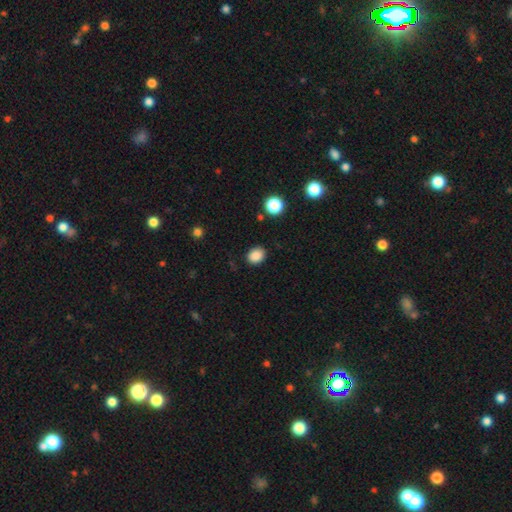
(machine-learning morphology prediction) Smooth or featured?
  - smooth: 87% *
  - star or artifact: 10%
  - featured or disk: 3%
How rounded?
  - round: 50% * (tied)
  - in between: 50% * (tied)
  - cigar-shaped: 1%
Merging?
  - none: 87% *
  - minor disturbance: 9%
  - major disturbance: 2%
  - merger: 1%